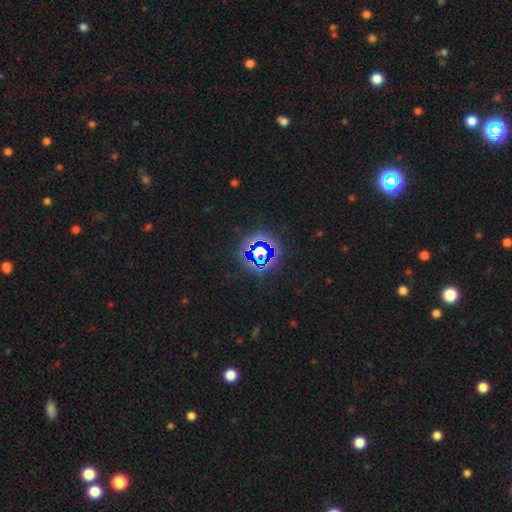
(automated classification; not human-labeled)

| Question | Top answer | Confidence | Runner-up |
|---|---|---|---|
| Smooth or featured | star or artifact | 78% | smooth (14%) |